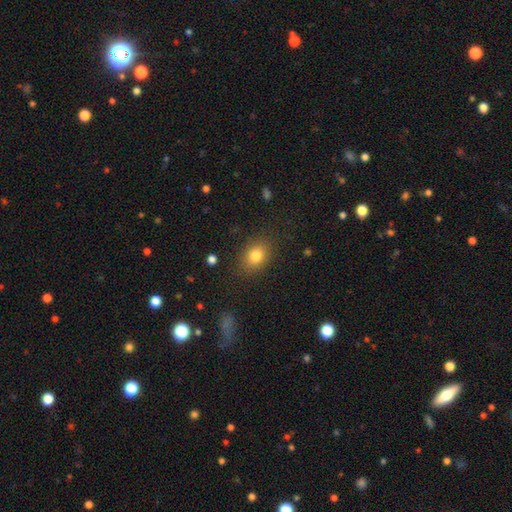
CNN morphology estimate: A smooth galaxy with no disk features (82%) that is in between round and cigar-shaped (69%). Merging: none (84%).